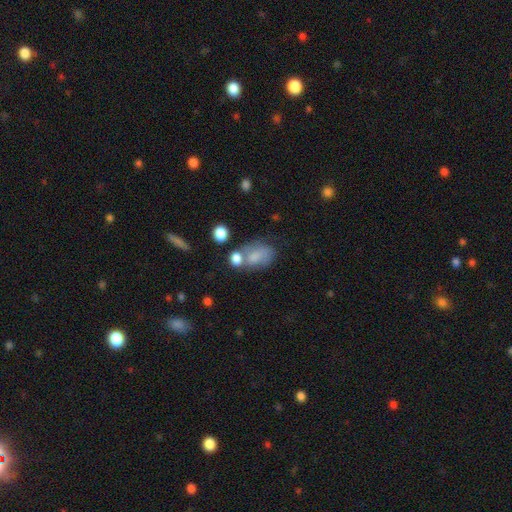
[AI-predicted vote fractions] The model was most divided on "merging": none: 34%, merger: 30%, minor disturbance: 21%, major disturbance: 15%. More confident: how rounded — in between (81%); smooth or featured — smooth (71%).